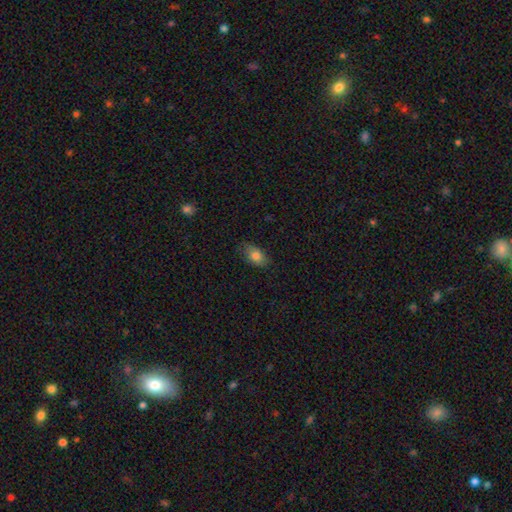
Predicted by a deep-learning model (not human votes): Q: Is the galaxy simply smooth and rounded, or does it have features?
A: smooth — 81%.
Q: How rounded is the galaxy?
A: in between — 88%.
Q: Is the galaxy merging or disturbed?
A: none — 80%.